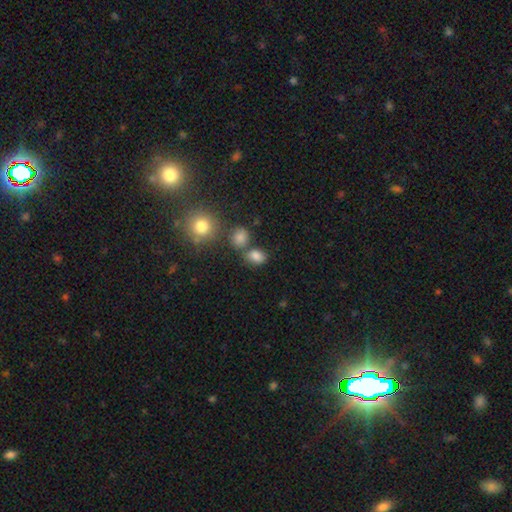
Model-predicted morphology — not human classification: smooth_or_featured: smooth (p=0.80) [alt: star or artifact p=0.13]
how_rounded: in between (p=0.69) [alt: round p=0.29]
merging: none (p=0.60) [alt: merger p=0.20]